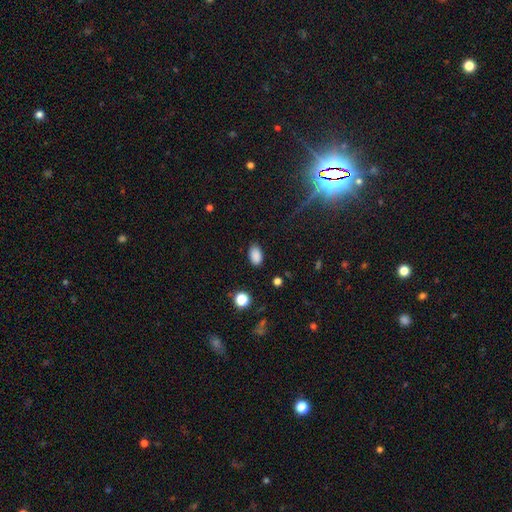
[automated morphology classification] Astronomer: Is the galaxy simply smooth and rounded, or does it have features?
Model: smooth — 87%.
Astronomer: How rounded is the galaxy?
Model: in between — 91%.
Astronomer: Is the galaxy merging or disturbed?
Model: none — 85%.